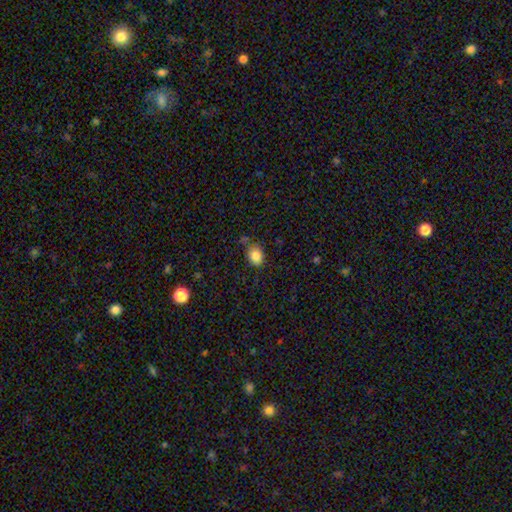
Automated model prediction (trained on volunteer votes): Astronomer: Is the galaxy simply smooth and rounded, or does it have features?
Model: smooth — 84%.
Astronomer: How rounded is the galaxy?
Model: in between — 55% (runner-up: round, 44%).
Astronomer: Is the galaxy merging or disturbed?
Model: none — 71%.